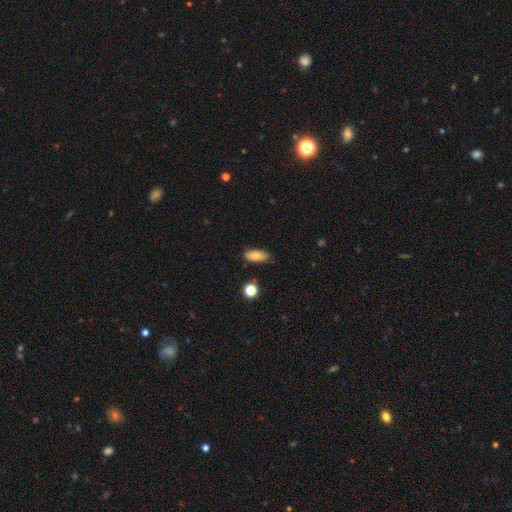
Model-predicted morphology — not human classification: This is clearly a smooth galaxy (84%). How rounded: likely in between (79%). Merging: likely none (80%).